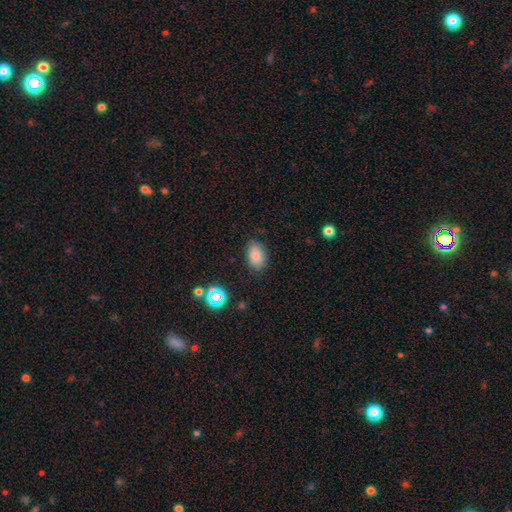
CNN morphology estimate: smooth 83%, star or artifact 11%, featured or disk 6%. Down the decision tree: how rounded — in between (89%); merging — none (82%).